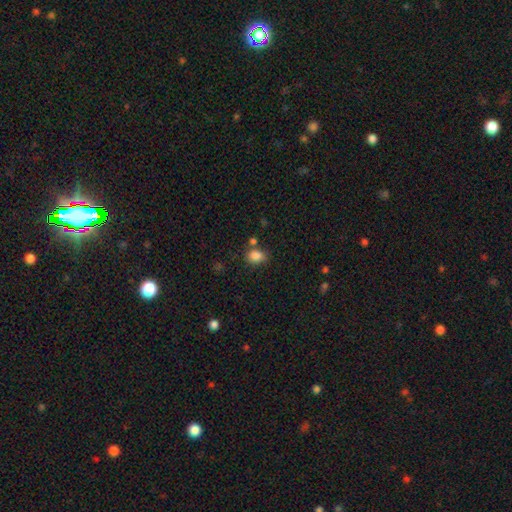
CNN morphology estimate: Smooth or featured? smooth (85%)
How rounded? in between (59%)
Merging? none (64%)